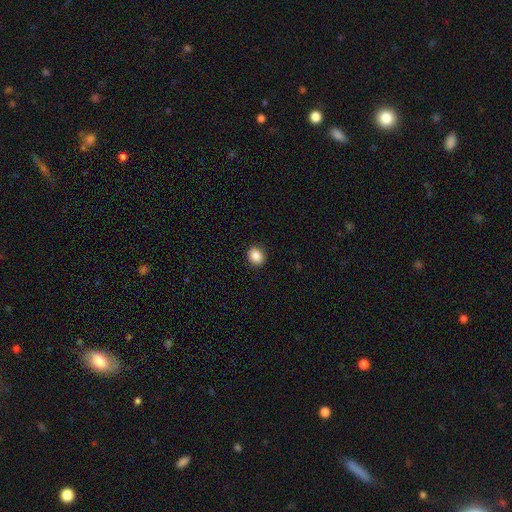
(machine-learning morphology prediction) This is clearly a smooth galaxy (88%). How rounded: possibly round (52%). Merging: clearly none (91%).